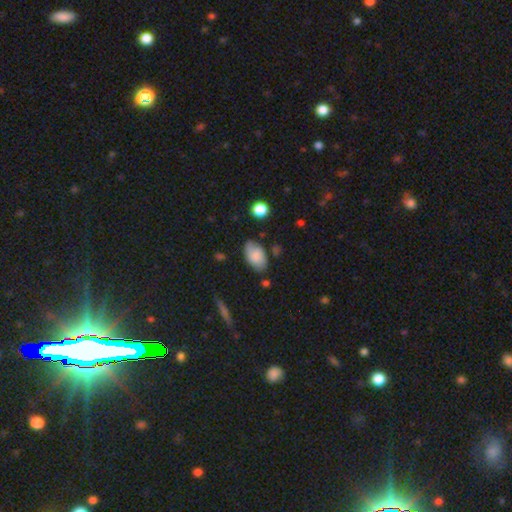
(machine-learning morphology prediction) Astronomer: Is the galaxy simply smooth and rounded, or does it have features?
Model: smooth — 77%.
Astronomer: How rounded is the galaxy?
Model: in between — 93%.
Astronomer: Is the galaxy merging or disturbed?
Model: none — 73%.